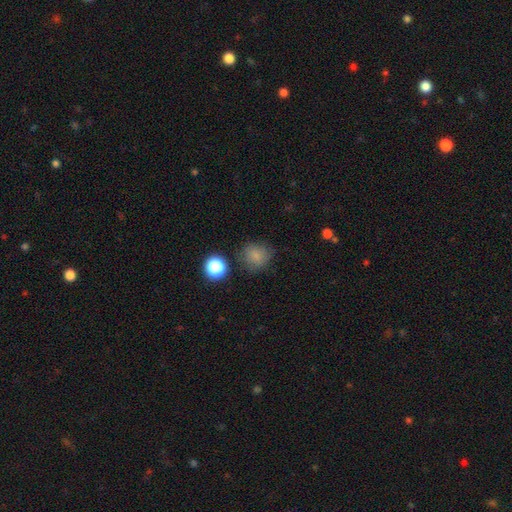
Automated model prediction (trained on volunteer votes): smooth-or-featured: smooth: 79% | star or artifact: 14% | featured or disk: 7%
  how-rounded: round: 84% | in between: 15% | cigar-shaped: 1%
  merging: none: 75% | minor disturbance: 16% | major disturbance: 6% | merger: 3%